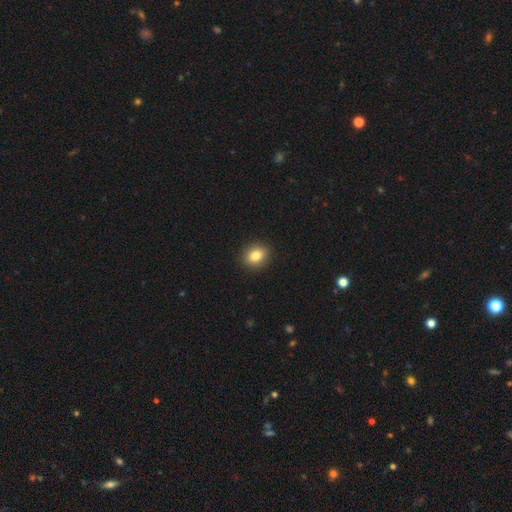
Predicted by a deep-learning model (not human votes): Morphology: type=smooth (84%); roundness=in between (51%); merging=none (91%).